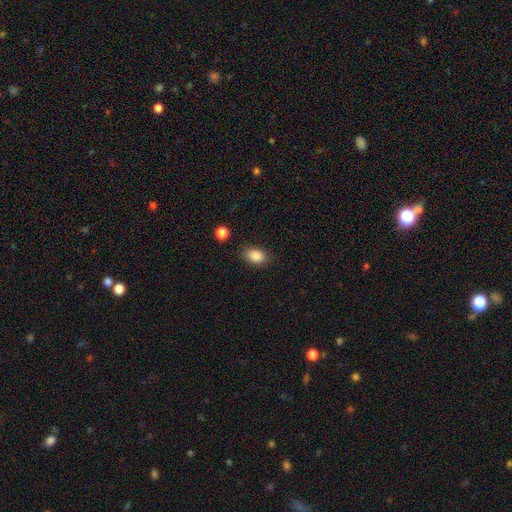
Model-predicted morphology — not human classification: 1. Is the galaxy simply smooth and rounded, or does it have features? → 86% smooth, 9% star or artifact, 5% featured or disk.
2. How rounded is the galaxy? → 83% in between, 15% round, 2% cigar-shaped.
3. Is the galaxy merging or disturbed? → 82% none, 13% minor disturbance, 3% major disturbance, 2% merger.